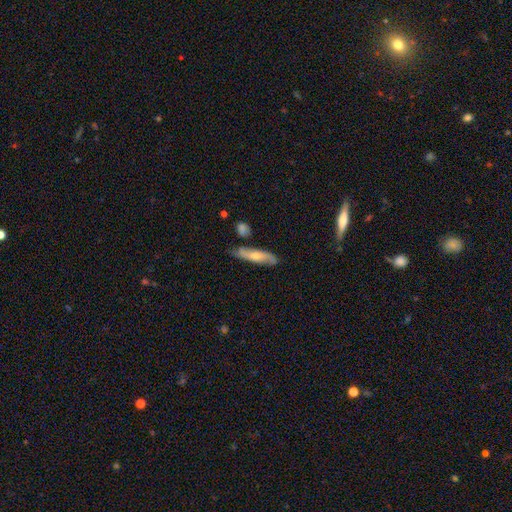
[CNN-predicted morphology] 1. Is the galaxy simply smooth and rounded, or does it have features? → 50% smooth, 45% featured or disk, 6% star or artifact.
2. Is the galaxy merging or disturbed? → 68% none, 21% minor disturbance, 7% merger, 5% major disturbance.